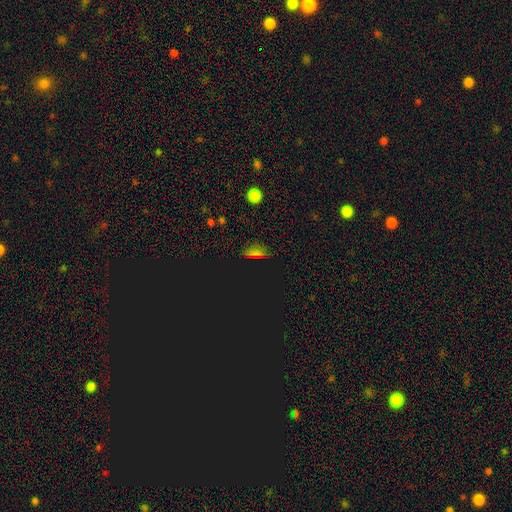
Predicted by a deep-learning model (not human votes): Smooth or featured?
  - star or artifact: 47% *
  - smooth: 45%
  - featured or disk: 8%